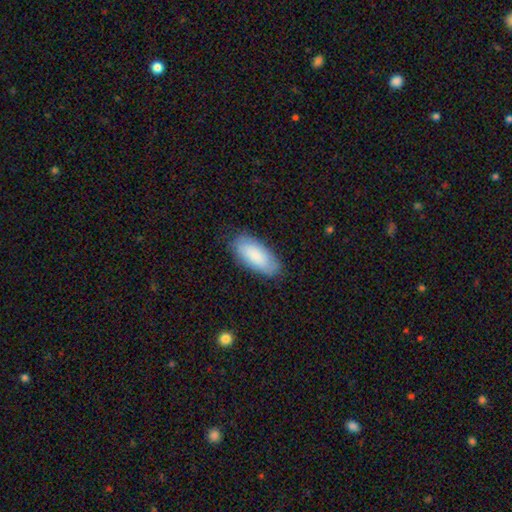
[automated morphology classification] smooth_or_featured: smooth (p=0.84) [alt: featured or disk p=0.11]
how_rounded: in between (p=0.90) [alt: cigar-shaped p=0.08]
merging: none (p=0.80) [alt: minor disturbance p=0.16]